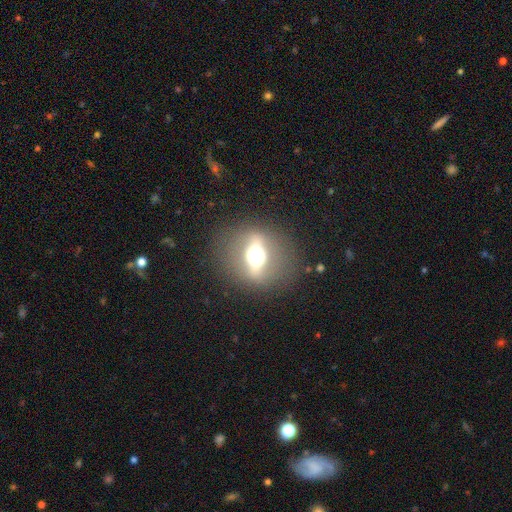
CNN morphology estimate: A featured or disk galaxy (61%) viewed edge-on (53%).

Vote fractions:
- Smooth or featured? featured or disk: 61% / smooth: 25% / star or artifact: 14%
- Edge-on disk? yes: 53% / no: 47%
- Merging? none: 82% / minor disturbance: 9% / major disturbance: 7% / merger: 1%